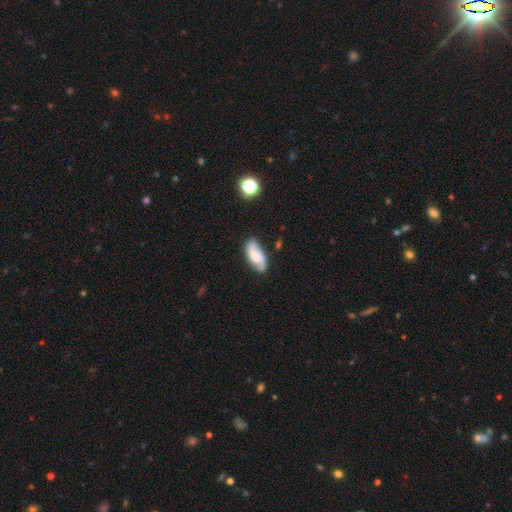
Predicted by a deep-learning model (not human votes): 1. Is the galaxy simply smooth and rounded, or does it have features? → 50% smooth, 42% featured or disk, 8% star or artifact.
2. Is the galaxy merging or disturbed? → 74% none, 19% minor disturbance, 4% major disturbance, 3% merger.